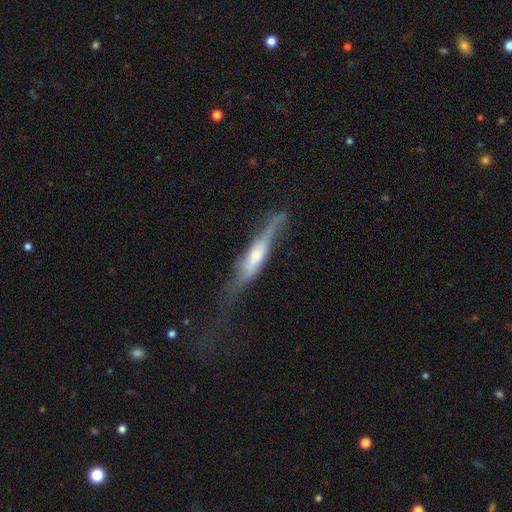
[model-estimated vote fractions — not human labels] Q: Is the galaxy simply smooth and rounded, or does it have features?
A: featured or disk — 52%.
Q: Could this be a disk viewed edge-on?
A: yes — 81%.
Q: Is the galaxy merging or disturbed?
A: major disturbance — 33%, tied with none.